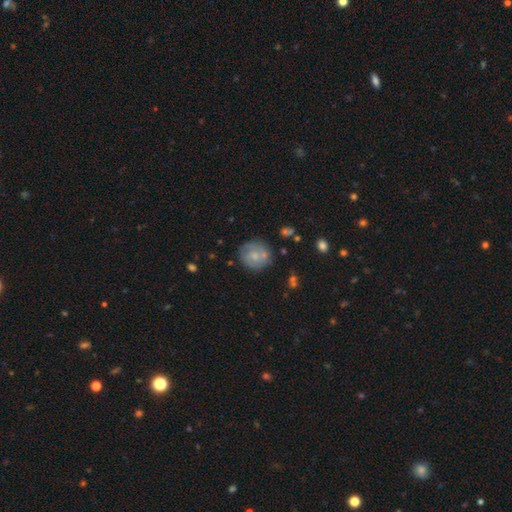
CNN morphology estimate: smooth 48%, featured or disk 45%, star or artifact 7%. Down the decision tree: merging — none (69%).